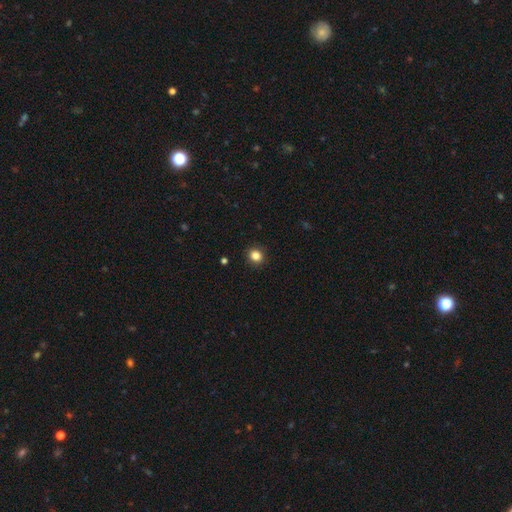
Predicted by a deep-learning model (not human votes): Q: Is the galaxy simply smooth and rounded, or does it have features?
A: smooth — 85%.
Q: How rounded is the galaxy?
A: round — 80%.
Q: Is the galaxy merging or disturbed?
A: none — 91%.